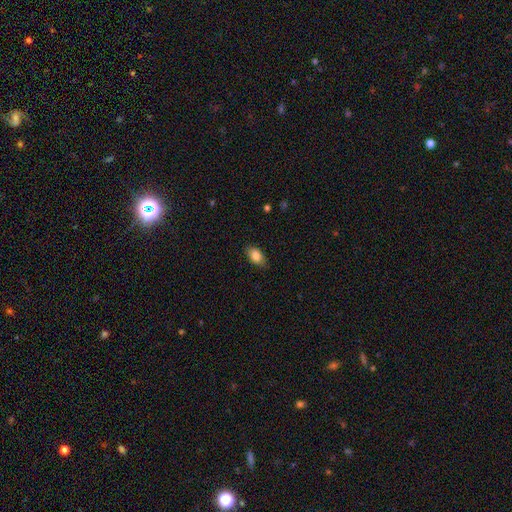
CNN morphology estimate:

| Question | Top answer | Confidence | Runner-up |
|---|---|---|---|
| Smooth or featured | smooth | 85% | star or artifact (8%) |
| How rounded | in between | 89% | round (8%) |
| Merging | none | 83% | minor disturbance (13%) |